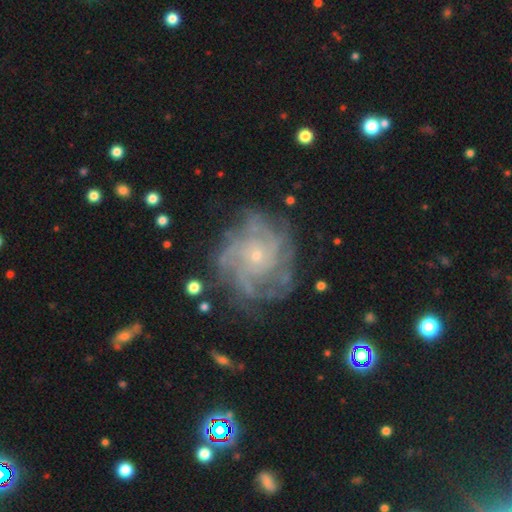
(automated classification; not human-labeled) A featured or disk galaxy (85%) with no bar (81%), 4 (25%, tied with can't tell) tight (59%) spiral arms (95%) and a small central bulge (82%).

Vote fractions:
- Smooth or featured? featured or disk: 85% / star or artifact: 8% / smooth: 7%
- Edge-on disk? no: 98% / yes: 2%
- Bar? no: 81% / weak: 16% / strong: 3%
- Spiral arms? yes: 95% / no: 5%
- Spiral winding? tight: 59% / medium: 32% / loose: 9%
- Spiral arm count? 4: 25% (tied) / can't tell: 25% (tied) / more than 4: 21% / 3: 13% / 2: 8% / 1: 7%
- Bulge size? small: 82% / moderate: 13% / none: 2% / large: 1% / dominant: 1%
- Merging? none: 73% / minor disturbance: 16% / major disturbance: 9% / merger: 2%